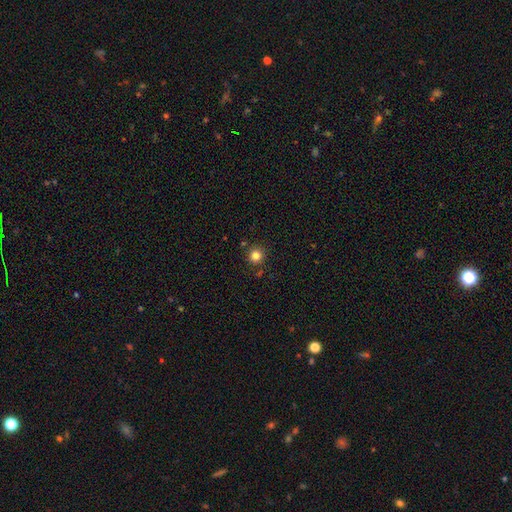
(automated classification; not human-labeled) This appears to be a smooth galaxy with no disk features (82%) that is round (95%). Merging: none (87%).